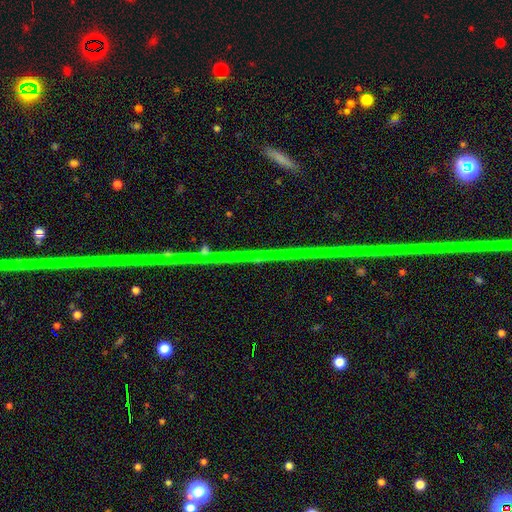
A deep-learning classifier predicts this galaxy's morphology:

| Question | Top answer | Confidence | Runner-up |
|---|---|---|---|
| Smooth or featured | star or artifact | 75% | featured or disk (18%) |